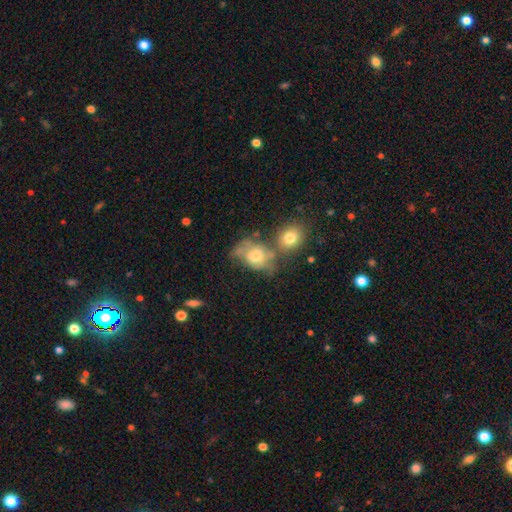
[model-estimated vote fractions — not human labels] Smooth or featured: smooth — 52% (featured or disk — 37%)
How rounded: in between — 60% (round — 38%)
Merging: merger — 31% (none — 29%)